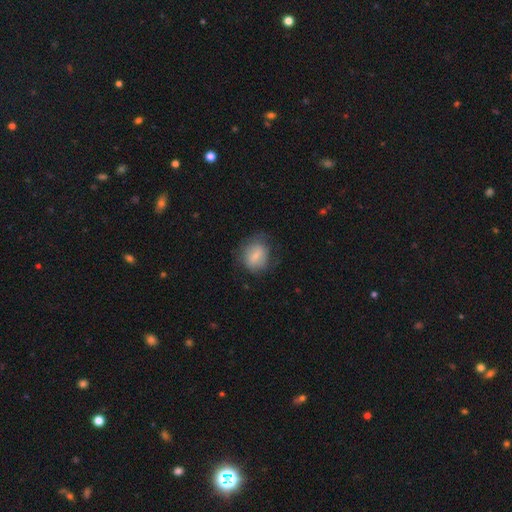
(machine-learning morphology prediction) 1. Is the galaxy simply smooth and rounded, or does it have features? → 67% smooth, 24% featured or disk, 8% star or artifact.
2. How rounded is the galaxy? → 65% round, 34% in between, 1% cigar-shaped.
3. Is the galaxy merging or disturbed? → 64% none, 23% minor disturbance, 12% major disturbance, 1% merger.